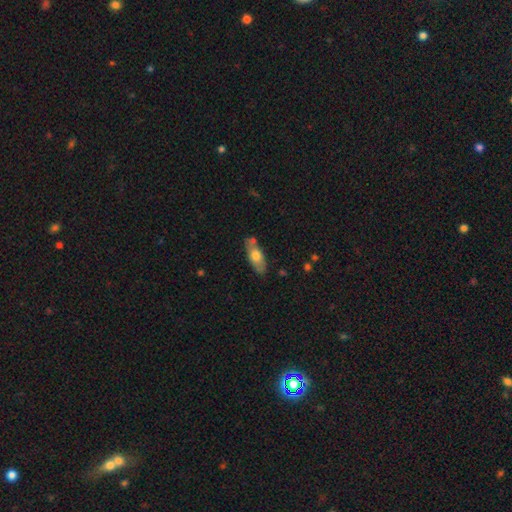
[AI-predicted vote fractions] The model was most divided on "smooth or featured": smooth: 62%, featured or disk: 32%, star or artifact: 6%. More confident: how rounded — in between (76%); merging — none (75%).